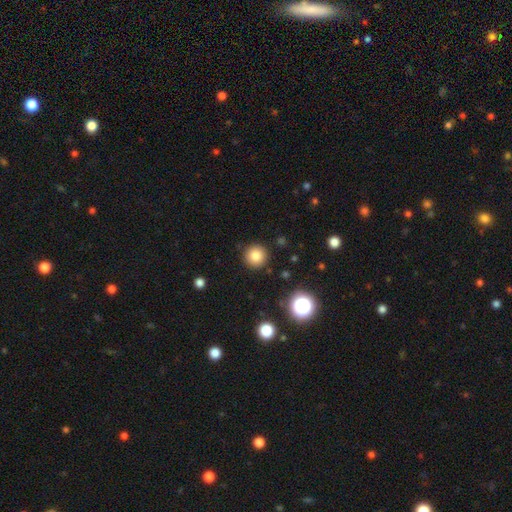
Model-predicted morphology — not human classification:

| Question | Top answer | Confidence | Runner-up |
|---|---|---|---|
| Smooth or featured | smooth | 81% | star or artifact (12%) |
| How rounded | round | 95% | in between (4%) |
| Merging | none | 91% | minor disturbance (6%) |